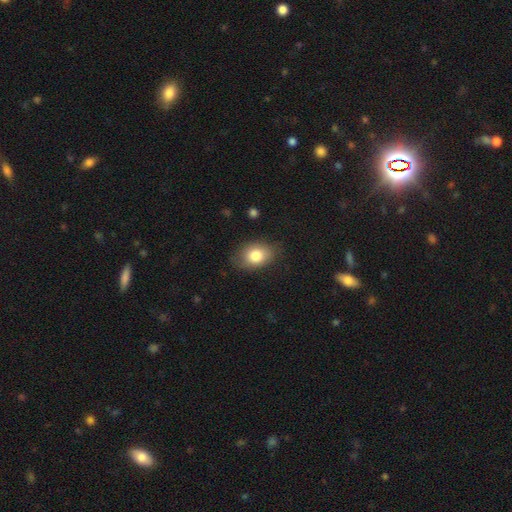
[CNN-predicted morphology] A smooth galaxy with no disk features (80%) that is in between round and cigar-shaped (75%).

Vote fractions:
- Smooth or featured? smooth: 80% / featured or disk: 12% / star or artifact: 8%
- How rounded? in between: 75% / round: 24% / cigar-shaped: 1%
- Merging? none: 77% / minor disturbance: 18% / major disturbance: 4% / merger: 1%